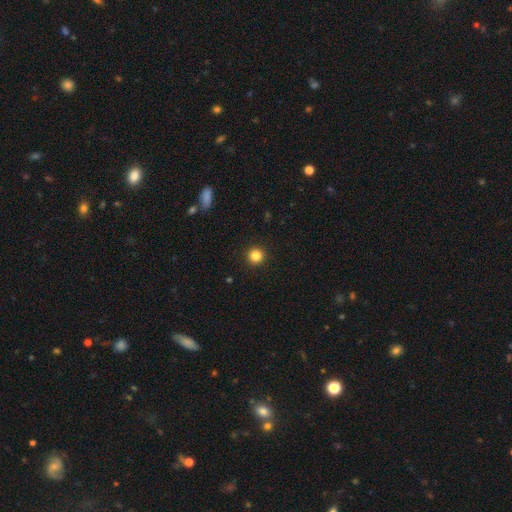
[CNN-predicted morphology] Q: Smooth or featured?
A: smooth (84%); runner-up: star or artifact (12%)
Q: How rounded?
A: round (95%); runner-up: in between (4%)
Q: Merging?
A: none (93%); runner-up: minor disturbance (4%)